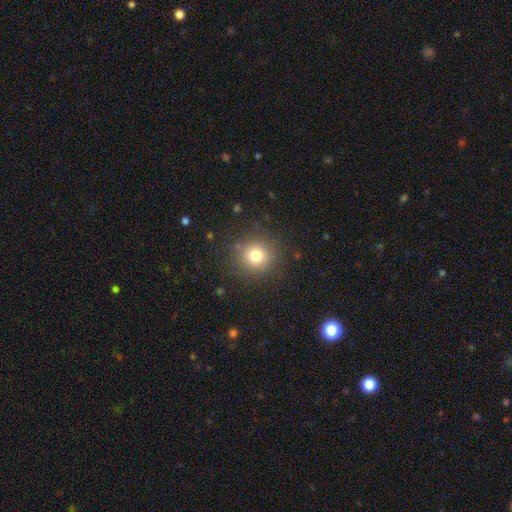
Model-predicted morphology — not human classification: The model was most divided on "smooth or featured": smooth: 78%, star or artifact: 14%, featured or disk: 8%. More confident: how rounded — round (93%); merging — none (87%).